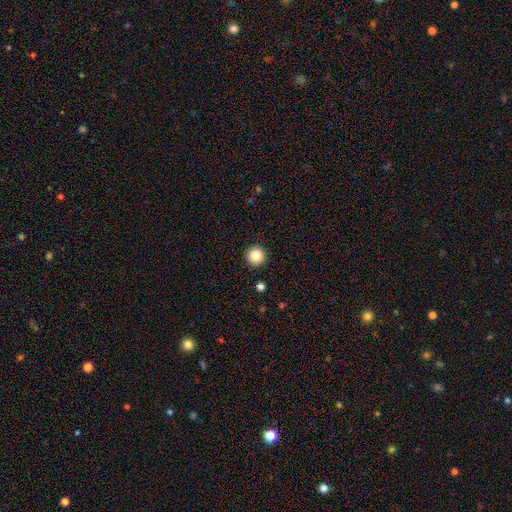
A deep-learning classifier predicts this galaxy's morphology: type=smooth (84%); roundness=round (96%); merging=none (93%).